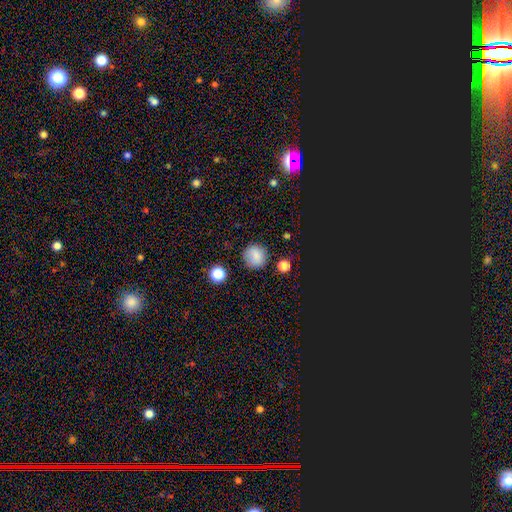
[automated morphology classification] smooth_or_featured: smooth (p=0.80) [alt: star or artifact p=0.12]
how_rounded: round (p=0.91) [alt: in between p=0.08]
merging: none (p=0.83) [alt: minor disturbance p=0.11]